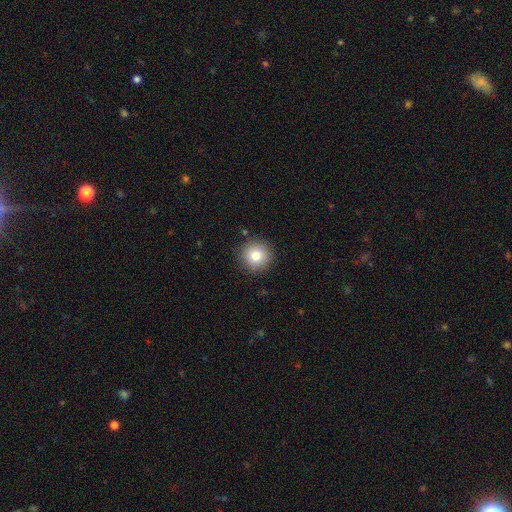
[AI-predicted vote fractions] Q: Smooth or featured?
A: smooth (79%); runner-up: star or artifact (11%)
Q: How rounded?
A: round (95%); runner-up: in between (4%)
Q: Merging?
A: none (89%); runner-up: minor disturbance (7%)